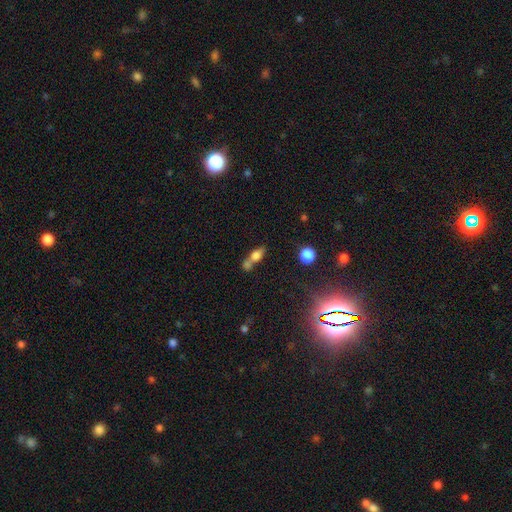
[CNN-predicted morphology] Overall: smooth (69%). How rounded: in between (67%). Merging: merger (53%; none 30%).